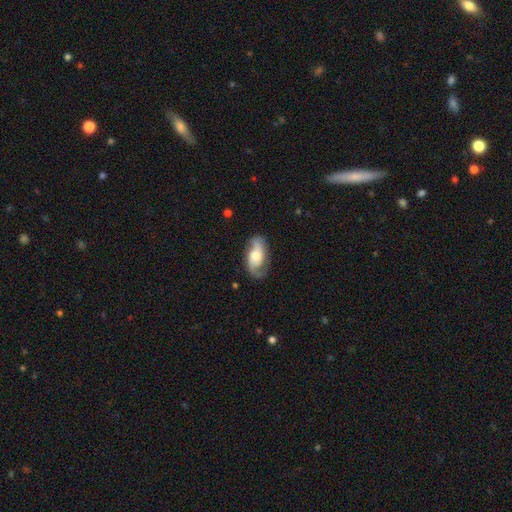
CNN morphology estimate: A featured or disk galaxy (74%) with no bar (58%), 2 (86%) medium (44%) spiral arms (93%) and a moderate central bulge (42%). Merging: none (73%).